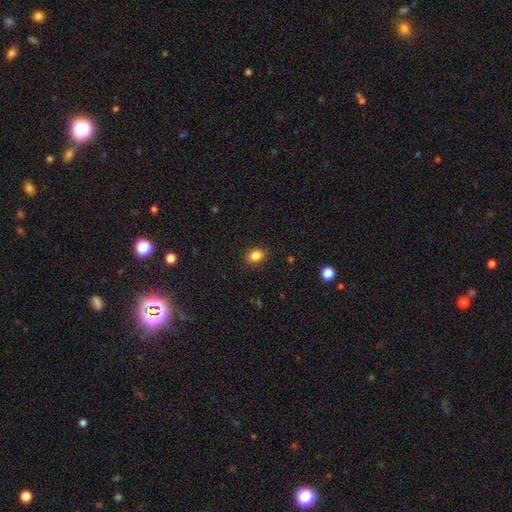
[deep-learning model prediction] Q: Smooth or featured?
A: smooth (84%); runner-up: star or artifact (11%)
Q: How rounded?
A: round (53%); runner-up: in between (46%)
Q: Merging?
A: none (87%); runner-up: minor disturbance (10%)